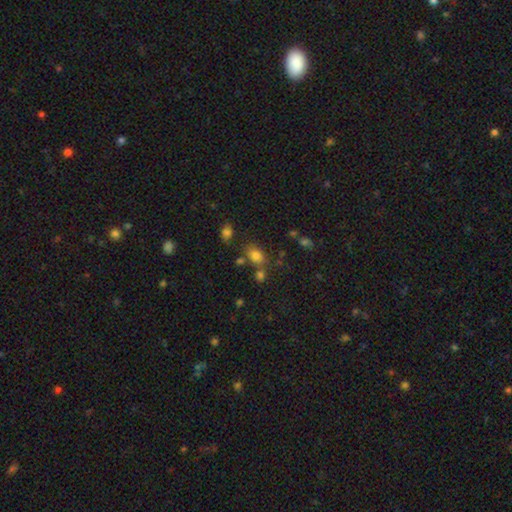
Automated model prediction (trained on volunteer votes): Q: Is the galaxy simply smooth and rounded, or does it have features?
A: smooth — 78%.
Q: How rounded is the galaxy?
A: in between — 75%.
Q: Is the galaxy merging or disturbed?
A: none — 66%.